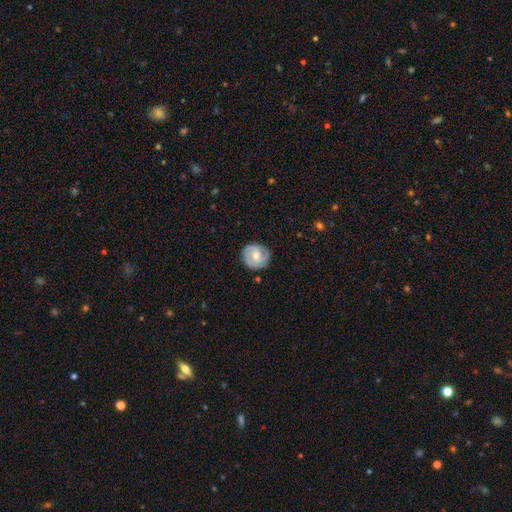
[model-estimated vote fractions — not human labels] Smooth or featured? featured or disk (61%)
Edge-on disk? no (97%)
Bar? no (50%)
Spiral arms? yes (83%)
Bulge size? moderate (61%)
Merging? none (75%)